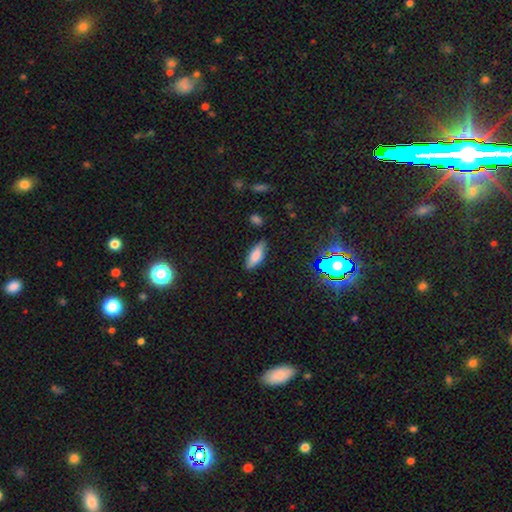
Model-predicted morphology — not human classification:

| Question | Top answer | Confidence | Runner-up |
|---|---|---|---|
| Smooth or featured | smooth | 77% | featured or disk (14%) |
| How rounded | in between | 76% | cigar-shaped (22%) |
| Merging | none | 80% | minor disturbance (16%) |